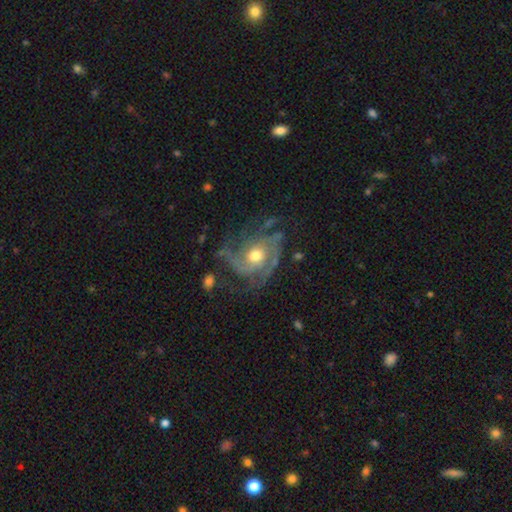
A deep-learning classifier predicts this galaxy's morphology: Q: Smooth or featured?
A: featured or disk (88%); runner-up: smooth (7%)
Q: Edge-on disk?
A: no (97%); runner-up: yes (3%)
Q: Bar?
A: no (77%); runner-up: weak (19%)
Q: Spiral arms?
A: yes (95%); runner-up: no (5%)
Q: Spiral winding?
A: medium (43%); tied with: tight (43%)
Q: Spiral arm count?
A: 3 (37%); runner-up: can't tell (19%)
Q: Bulge size?
A: moderate (73%); runner-up: small (14%)
Q: Merging?
A: none (62%); runner-up: minor disturbance (20%)